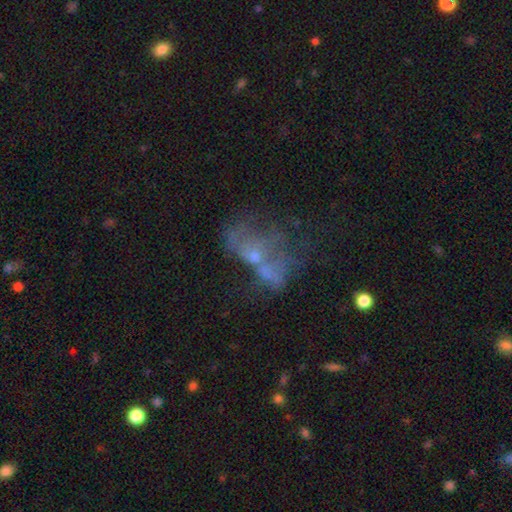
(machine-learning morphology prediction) smooth-or-featured: featured or disk: 44% | smooth: 29% | star or artifact: 27%
  merging: merger: 32% | major disturbance: 28% | none: 27% | minor disturbance: 13%